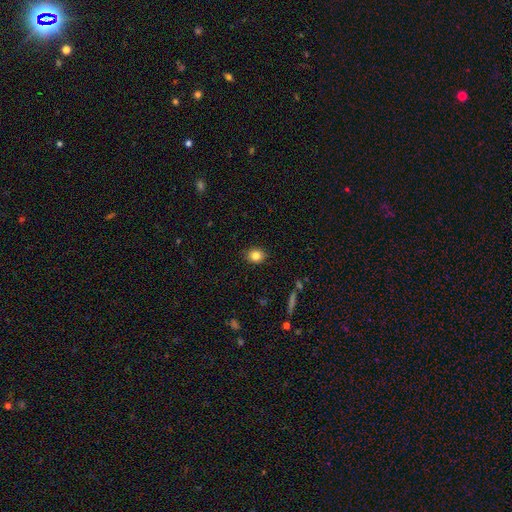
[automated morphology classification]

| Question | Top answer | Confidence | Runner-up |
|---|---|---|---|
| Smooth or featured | smooth | 83% | star or artifact (10%) |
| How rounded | round | 64% | in between (35%) |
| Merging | none | 89% | minor disturbance (8%) |